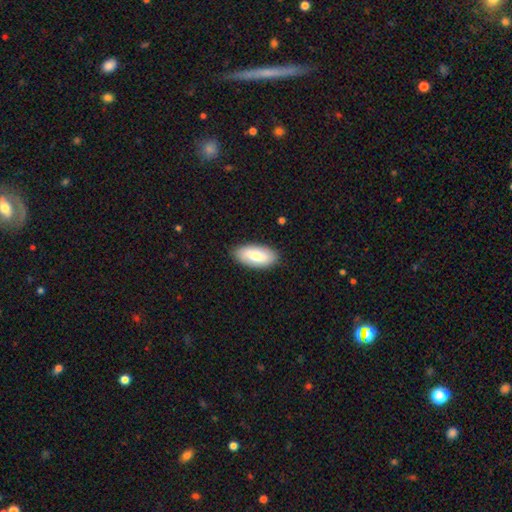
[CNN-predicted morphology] Smooth or featured? smooth (75%)
How rounded? in between (91%)
Merging? none (87%)